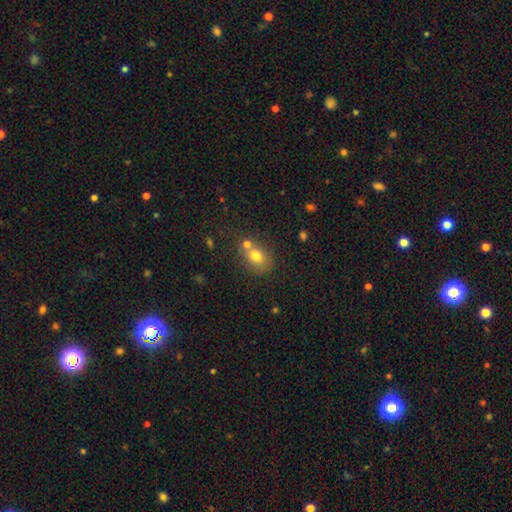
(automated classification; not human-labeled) smooth 76%, featured or disk 13%, star or artifact 12%. Down the decision tree: how rounded — in between (51%); merging — none (52%).